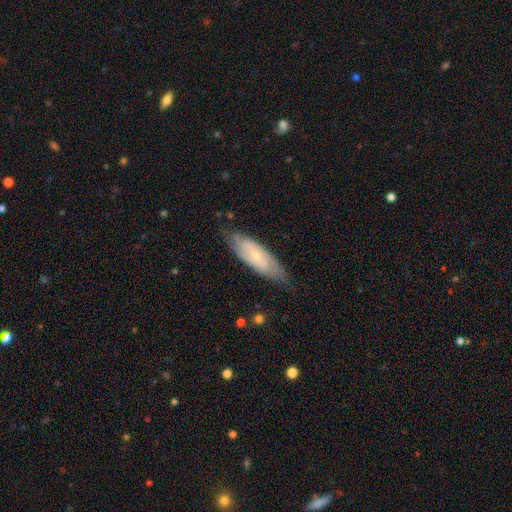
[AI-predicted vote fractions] Smooth or featured? Predicted: featured or disk (p=0.65). Edge-on disk? Predicted: no (p=0.81). Bar? Predicted: no (p=0.62). Spiral arms? Predicted: yes (p=0.85). Bulge size? Predicted: small (p=0.68). Merging? Predicted: none (p=0.73).